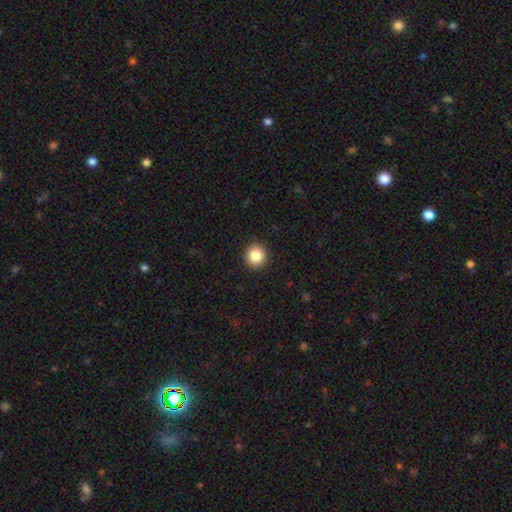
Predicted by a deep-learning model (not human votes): The model was most divided on "smooth or featured": smooth: 85%, star or artifact: 9%, featured or disk: 5%. More confident: how rounded — round (93%); merging — none (93%).